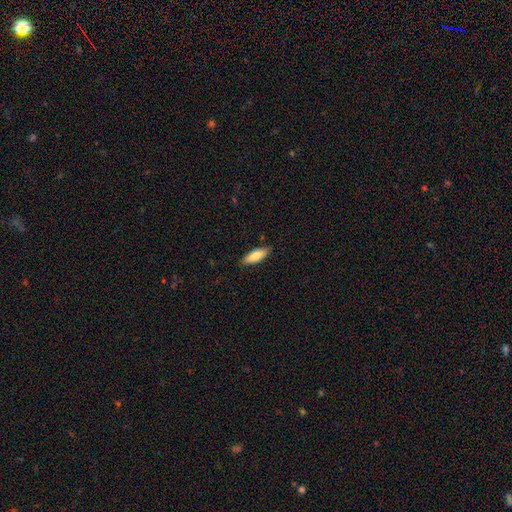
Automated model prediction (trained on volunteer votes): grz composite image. It shows a smooth galaxy with no disk features (80%) that is in between round and cigar-shaped (60%). Merging: none (86%).